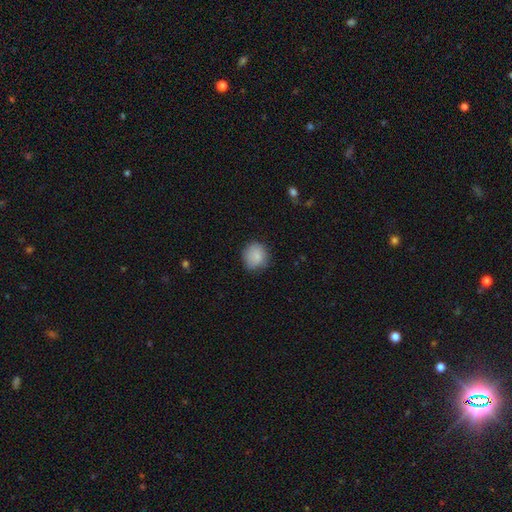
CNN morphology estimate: Smooth or featured: smooth — 85% (star or artifact — 8%)
How rounded: round — 82% (in between — 17%)
Merging: none — 77% (minor disturbance — 18%)